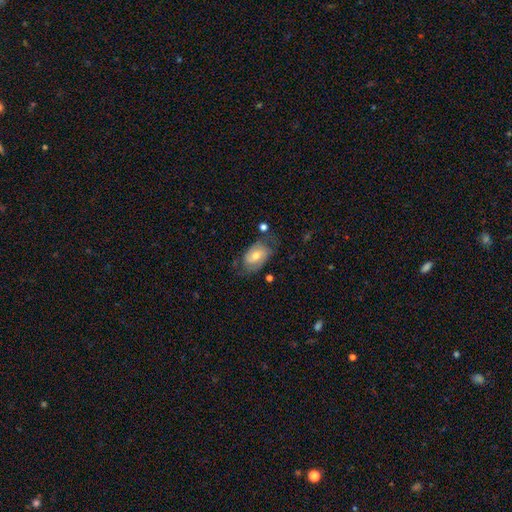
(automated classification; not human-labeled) Smooth or featured?
  - featured or disk: 52% *
  - smooth: 40%
  - star or artifact: 7%
Edge-on disk?
  - no: 95% *
  - yes: 5%
Merging?
  - none: 59% *
  - minor disturbance: 25%
  - major disturbance: 13%
  - merger: 4%